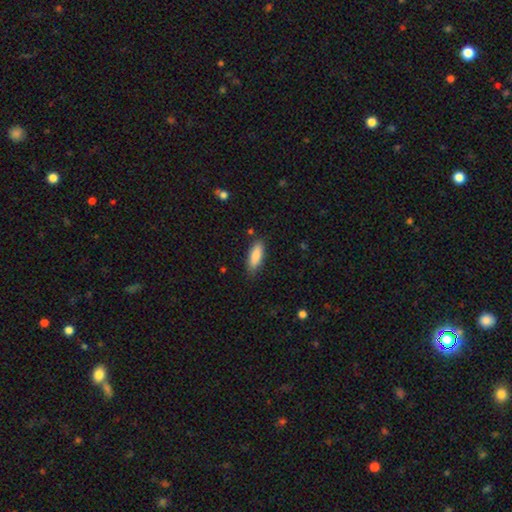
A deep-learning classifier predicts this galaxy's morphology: Smooth or featured? Predicted: smooth (p=0.87). How rounded? Predicted: in between (p=0.63). Merging? Predicted: none (p=0.83).